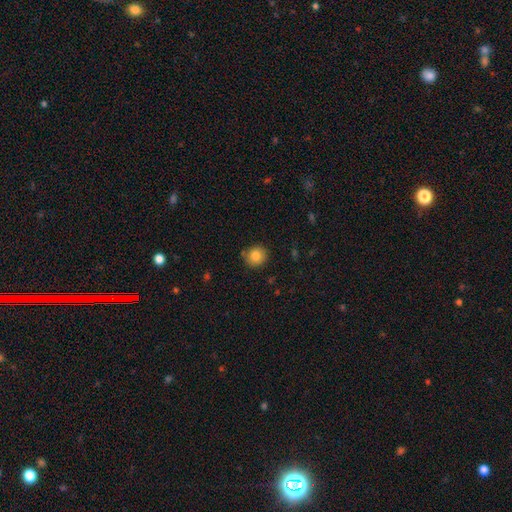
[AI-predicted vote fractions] This is clearly a smooth galaxy (83%). How rounded: clearly round (89%). Merging: clearly none (84%).